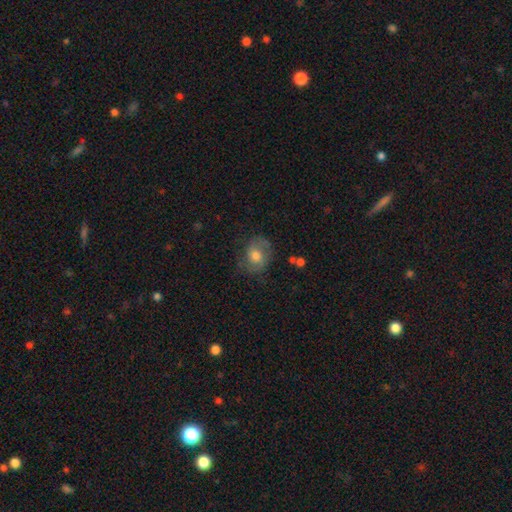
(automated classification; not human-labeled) Smooth or featured: smooth — 49% (featured or disk — 41%)
Merging: none — 65% (minor disturbance — 22%)